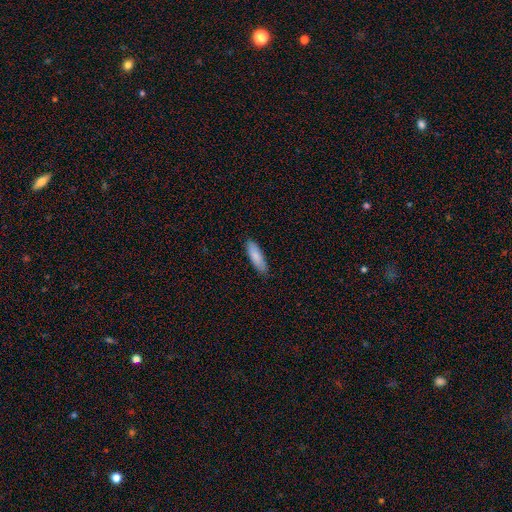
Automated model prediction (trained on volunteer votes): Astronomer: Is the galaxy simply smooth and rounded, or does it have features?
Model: smooth — 86%.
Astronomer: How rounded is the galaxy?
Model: in between — 51% (runner-up: cigar-shaped, 48%).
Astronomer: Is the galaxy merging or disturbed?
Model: none — 87%.